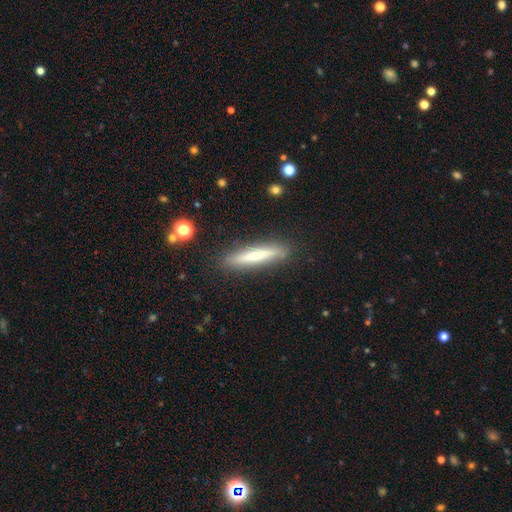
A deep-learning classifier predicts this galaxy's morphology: smooth 63%, featured or disk 30%, star or artifact 7%. Down the decision tree: how rounded — cigar-shaped (92%); merging — none (88%).